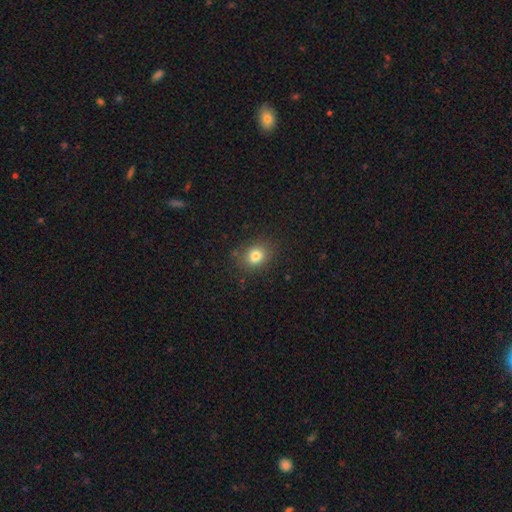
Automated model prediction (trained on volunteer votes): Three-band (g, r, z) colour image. It shows a smooth galaxy with no disk features (80%) that is round (61%). Merging: none (83%).